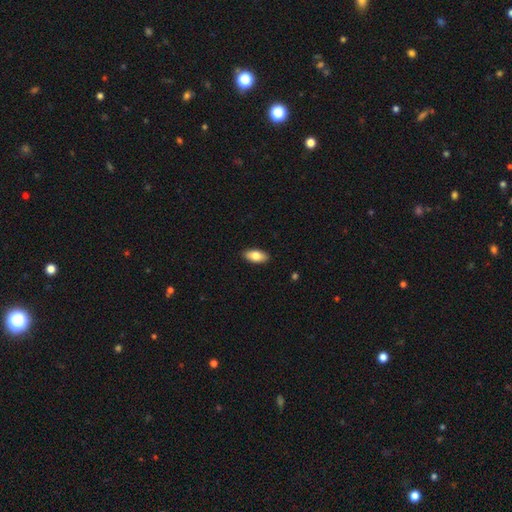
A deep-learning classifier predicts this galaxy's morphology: type=smooth (81%); roundness=in between (90%); merging=none (90%).